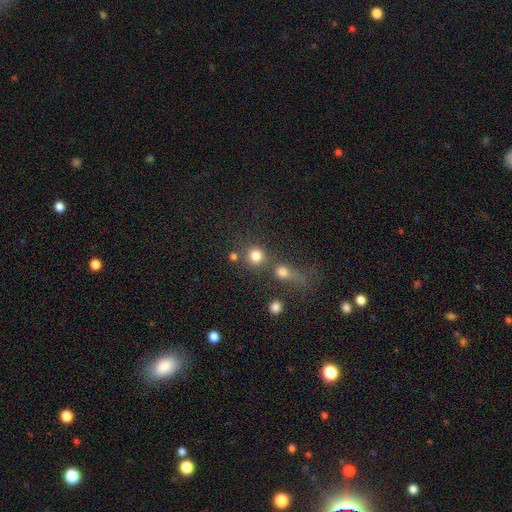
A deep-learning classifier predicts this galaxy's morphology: Overall: smooth (80%). How rounded: round (92%). Merging: none (66%).